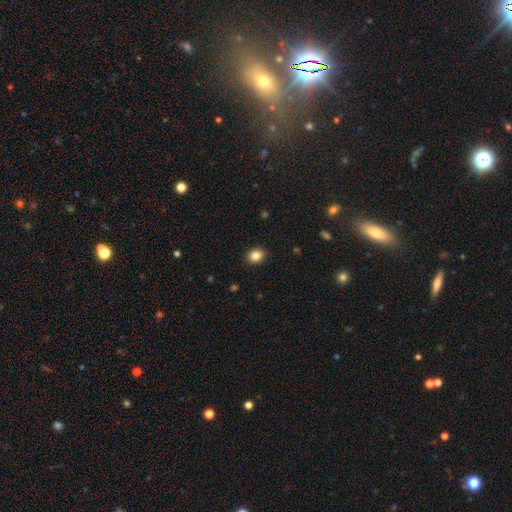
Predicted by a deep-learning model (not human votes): A smooth galaxy with no disk features (86%) that is in between round and cigar-shaped (54%). Merging: none (90%).